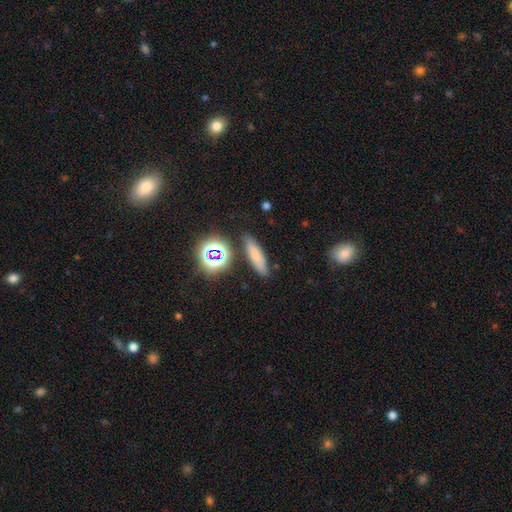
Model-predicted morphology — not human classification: Smooth or featured? smooth (69%)
How rounded? cigar-shaped (61%)
Merging? none (83%)